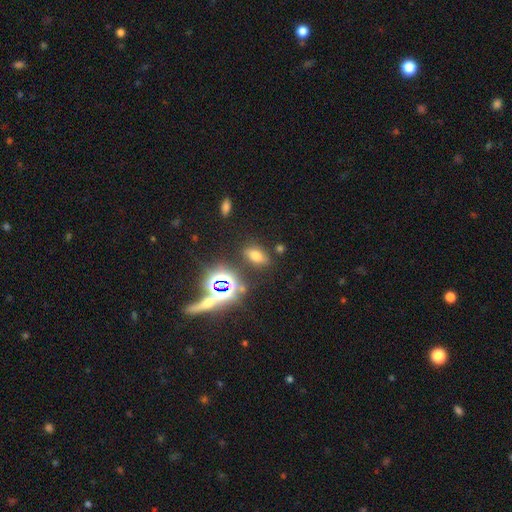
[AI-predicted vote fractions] This is possibly a smooth galaxy (59%). How rounded: clearly in between (82%). Merging: clearly none (81%).